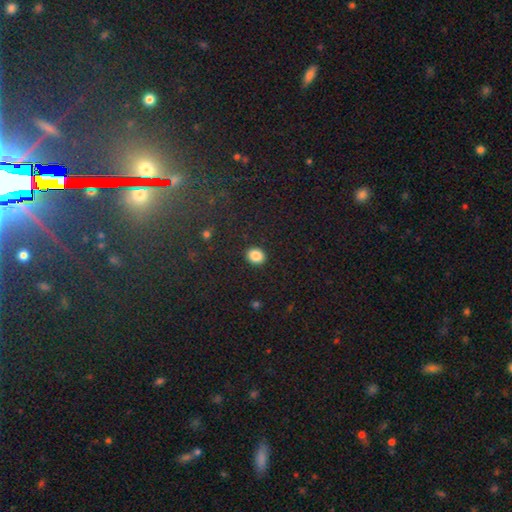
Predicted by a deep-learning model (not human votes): Morphology: type=smooth (86%); roundness=round (63%); merging=none (91%).